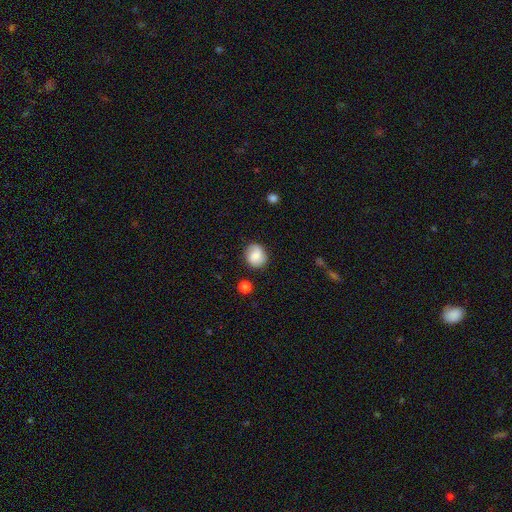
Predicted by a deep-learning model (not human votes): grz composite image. It shows a smooth galaxy with no disk features (73%) that is round (76%). Merging: none (79%).